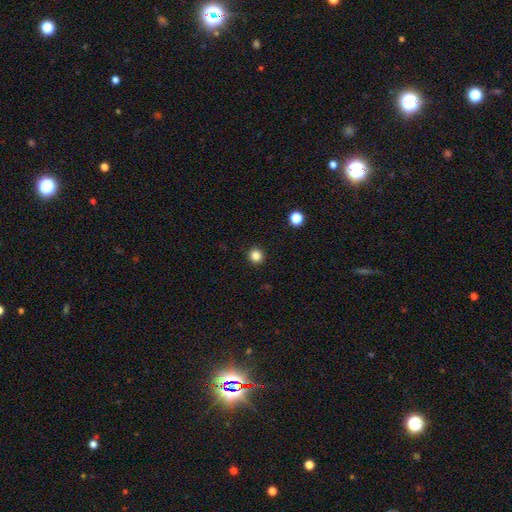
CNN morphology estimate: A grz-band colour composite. It shows a smooth galaxy with no disk features (85%) that is round (94%). Merging: none (93%).